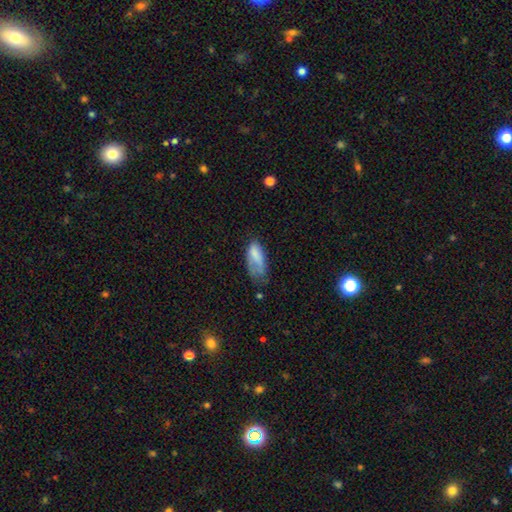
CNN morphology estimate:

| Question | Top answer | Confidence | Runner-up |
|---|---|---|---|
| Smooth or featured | smooth | 73% | featured or disk (18%) |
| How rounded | in between | 85% | cigar-shaped (12%) |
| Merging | minor disturbance | 36% | major disturbance (33%) |